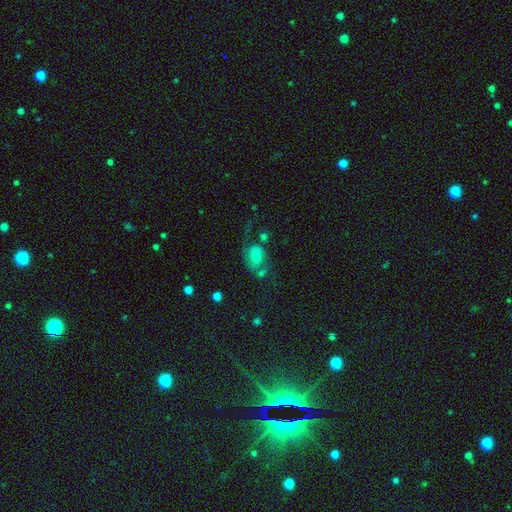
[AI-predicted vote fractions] The model was most divided on "merging": none: 33%, major disturbance: 31%, minor disturbance: 18%, merger: 17%. Remaining: smooth or featured — featured or disk (49%).